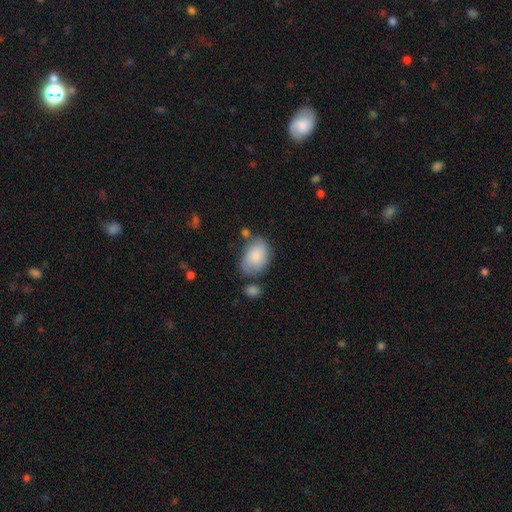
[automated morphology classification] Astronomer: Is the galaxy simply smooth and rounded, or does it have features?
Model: smooth — 80%.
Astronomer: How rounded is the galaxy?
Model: in between — 87%.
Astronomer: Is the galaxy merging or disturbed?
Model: none — 55%.